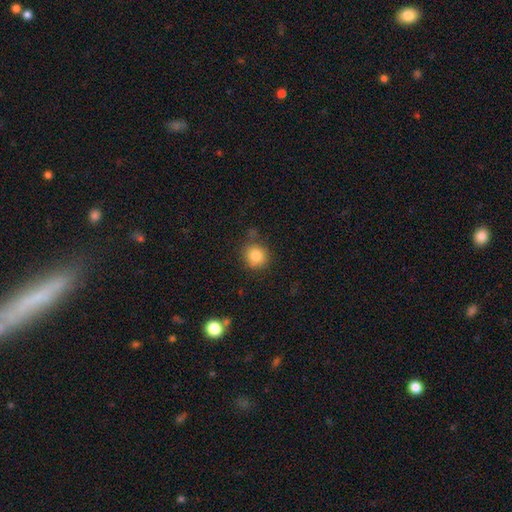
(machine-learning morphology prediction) Smooth or featured: smooth — 84% (star or artifact — 10%)
How rounded: round — 87% (in between — 12%)
Merging: none — 79% (minor disturbance — 13%)